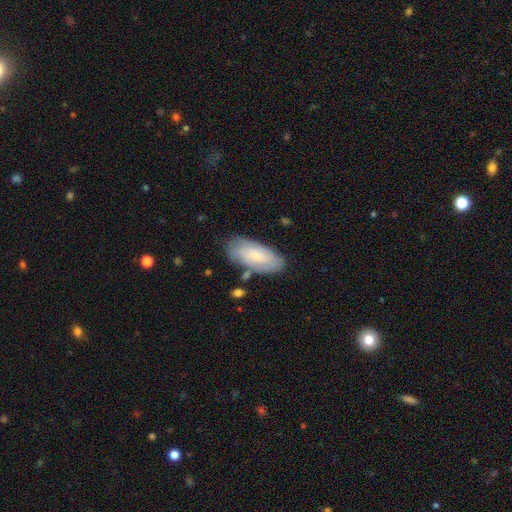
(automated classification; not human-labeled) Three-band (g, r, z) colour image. It shows a smooth galaxy with no disk features (54%) that is in between round and cigar-shaped (88%). Merging: none (73%).